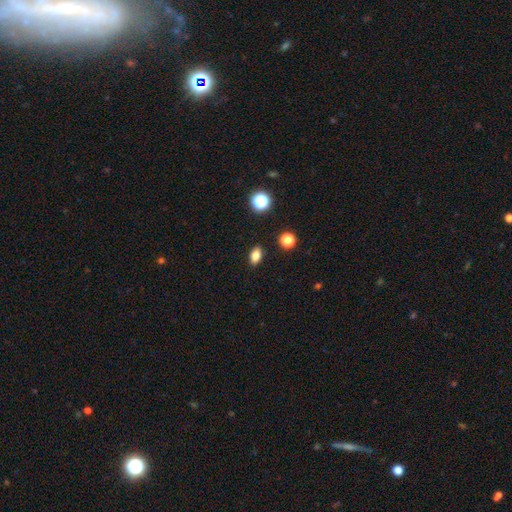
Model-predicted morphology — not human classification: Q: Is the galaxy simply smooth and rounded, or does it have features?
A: smooth — 81%.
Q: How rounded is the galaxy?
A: in between — 84%.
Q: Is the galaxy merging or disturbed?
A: none — 89%.